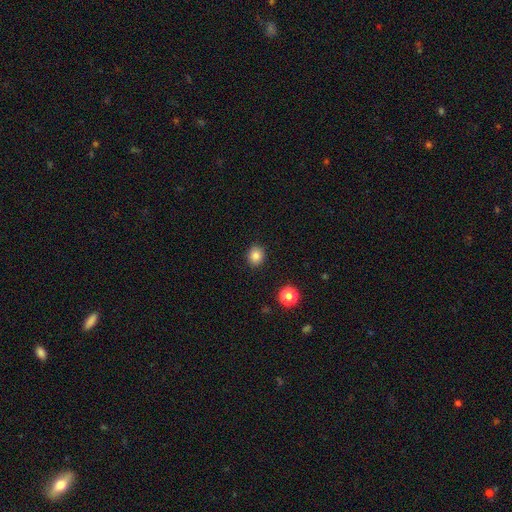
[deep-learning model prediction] Smooth or featured? smooth (83%)
How rounded? round (77%)
Merging? none (91%)